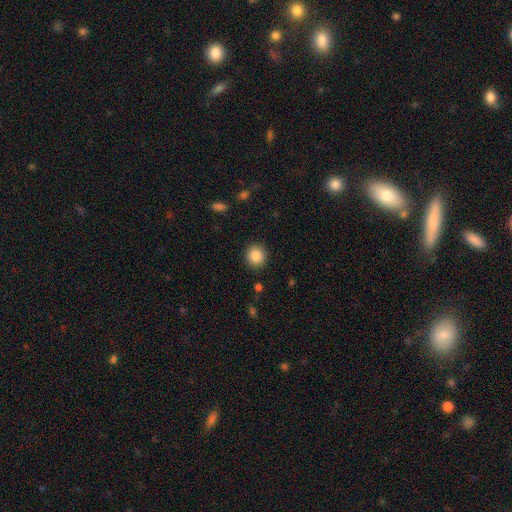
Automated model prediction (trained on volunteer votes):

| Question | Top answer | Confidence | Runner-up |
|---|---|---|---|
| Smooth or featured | smooth | 86% | star or artifact (9%) |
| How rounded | round | 89% | in between (10%) |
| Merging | none | 90% | minor disturbance (6%) |